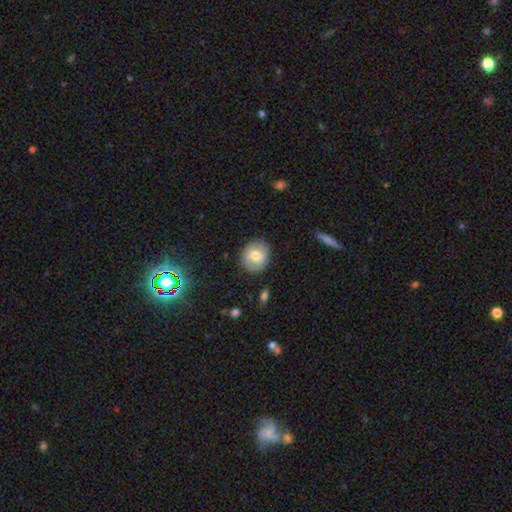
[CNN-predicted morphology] A smooth galaxy with no disk features (74%) that is round (77%).

Vote fractions:
- Smooth or featured? smooth: 74% / featured or disk: 18% / star or artifact: 8%
- How rounded? round: 77% / in between: 22% / cigar-shaped: 1%
- Merging? none: 85% / minor disturbance: 11% / major disturbance: 3% / merger: 1%